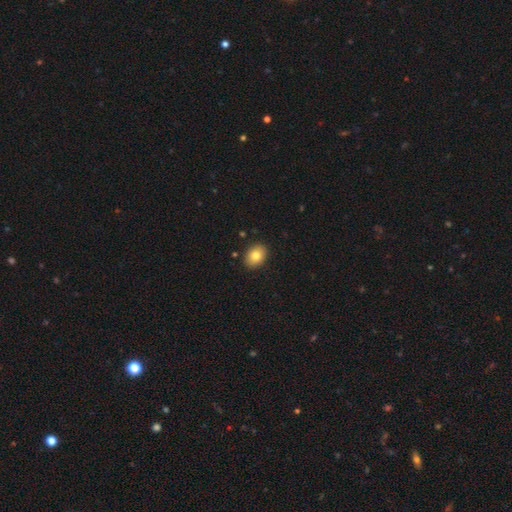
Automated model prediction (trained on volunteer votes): A smooth galaxy with no disk features (81%) that is in between round and cigar-shaped (68%).

Vote fractions:
- Smooth or featured? smooth: 81% / featured or disk: 10% / star or artifact: 8%
- How rounded? in between: 68% / round: 31% / cigar-shaped: 1%
- Merging? none: 89% / minor disturbance: 8% / major disturbance: 2% / merger: 1%